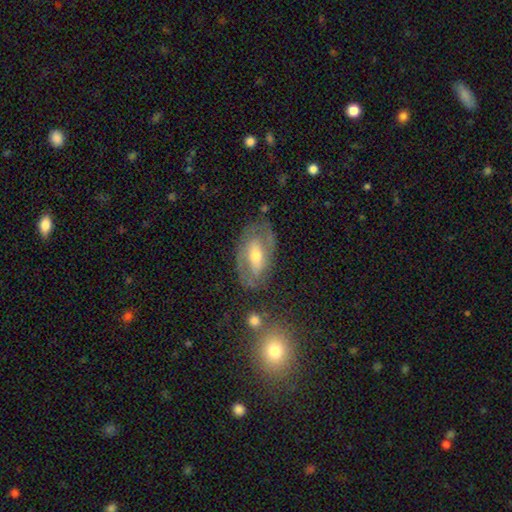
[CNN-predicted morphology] Overall: featured or disk (71%). Edge-on disk: no (92%). Bar: weak (38%; strong 34%). Spiral arms: yes (71%). Bulge size: moderate (67%). Merging: none (71%).